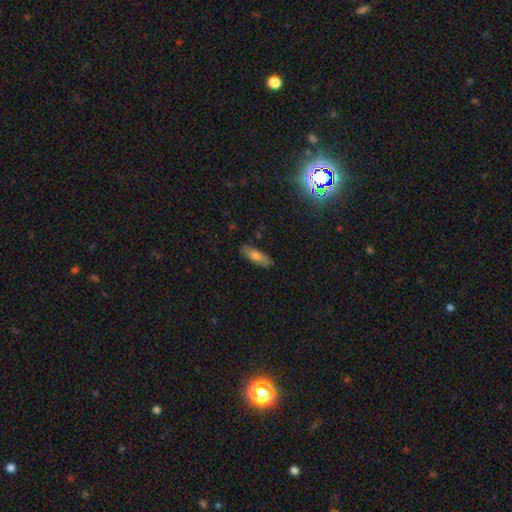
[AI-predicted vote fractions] Smooth or featured: smooth — 70% (featured or disk — 23%)
How rounded: in between — 56% (cigar-shaped — 42%)
Merging: none — 84% (minor disturbance — 12%)